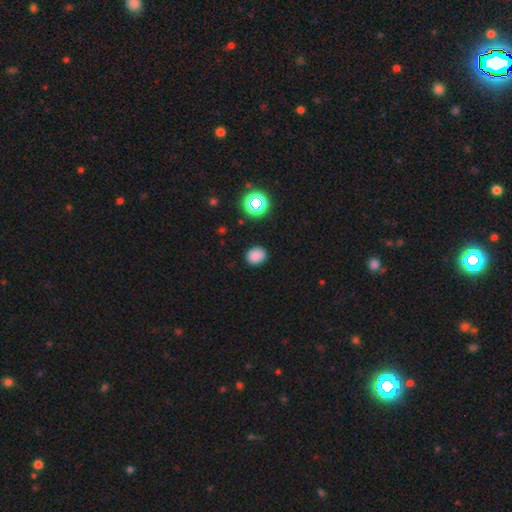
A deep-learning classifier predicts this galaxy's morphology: A smooth galaxy with no disk features (81%) that is round (64%).

Vote fractions:
- Smooth or featured? smooth: 81% / star or artifact: 14% / featured or disk: 4%
- How rounded? round: 64% / in between: 35% / cigar-shaped: 1%
- Merging? none: 87% / minor disturbance: 9% / major disturbance: 2% / merger: 1%